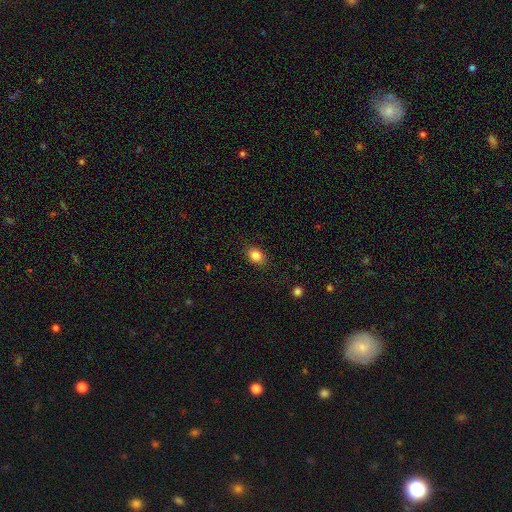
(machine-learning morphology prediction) smooth_or_featured: smooth (p=0.85) [alt: star or artifact p=0.09]
how_rounded: in between (p=0.74) [alt: round p=0.24]
merging: none (p=0.86) [alt: minor disturbance p=0.10]